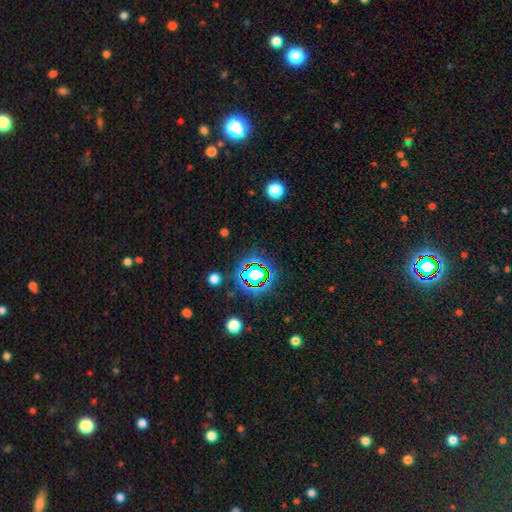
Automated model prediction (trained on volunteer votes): The model was most divided on "smooth or featured": star or artifact: 77%, smooth: 14%, featured or disk: 9%.